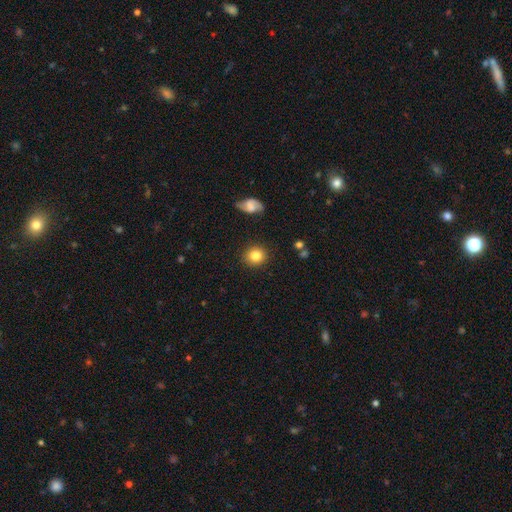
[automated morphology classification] Smooth or featured? smooth (82%)
How rounded? round (85%)
Merging? none (88%)